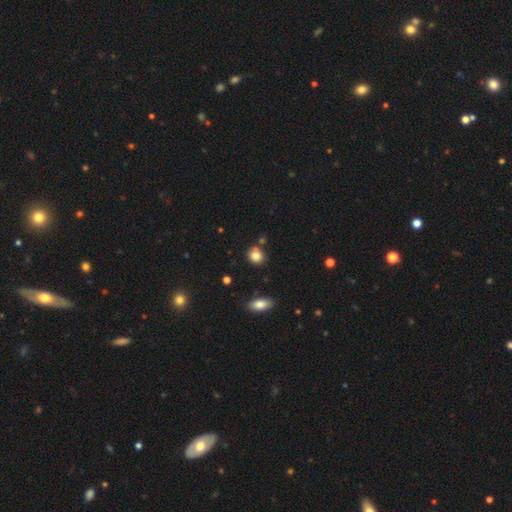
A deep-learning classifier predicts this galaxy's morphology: Smooth or featured? smooth (83%)
How rounded? round (72%)
Merging? none (72%)